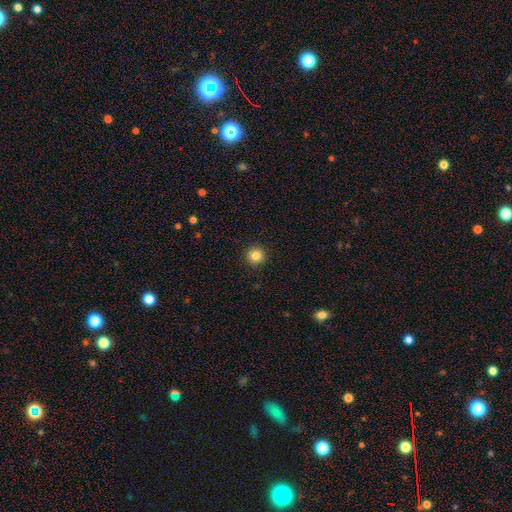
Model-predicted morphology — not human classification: The model was most divided on "smooth or featured": smooth: 84%, star or artifact: 11%, featured or disk: 5%. More confident: how rounded — round (95%); merging — none (92%).